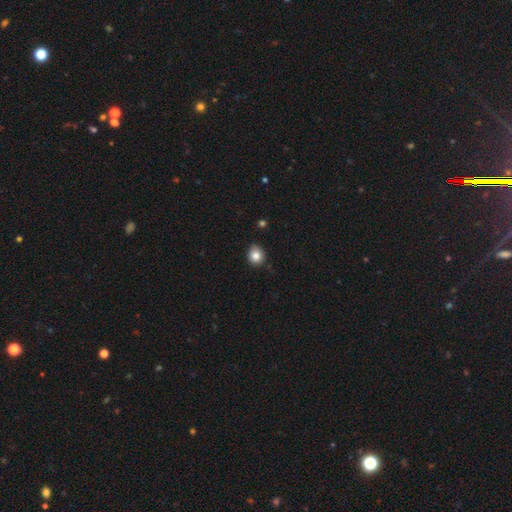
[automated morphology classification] Smooth or featured?
  - smooth: 83% *
  - star or artifact: 10%
  - featured or disk: 7%
How rounded?
  - round: 78% *
  - in between: 21%
  - cigar-shaped: 1%
Merging?
  - none: 78% *
  - minor disturbance: 18%
  - major disturbance: 3%
  - merger: 2%